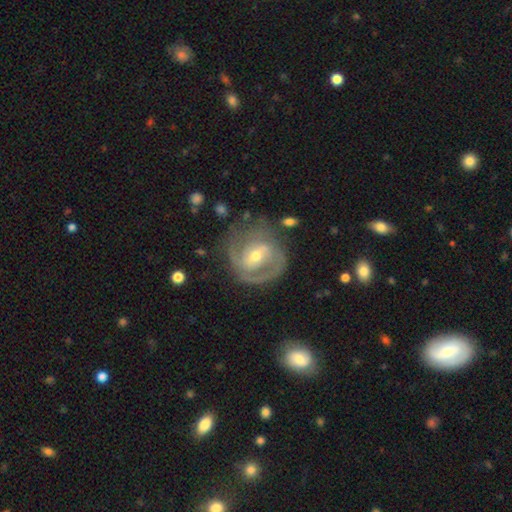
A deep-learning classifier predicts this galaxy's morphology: featured or disk 83%, smooth 12%, star or artifact 5%. Down the decision tree: edge-on disk — no (97%); bar — weak (47%); spiral arms — yes (90%); spiral arm count — 2 (54%); spiral winding — tight (49%); bulge size — moderate (59%); merging — none (64%).